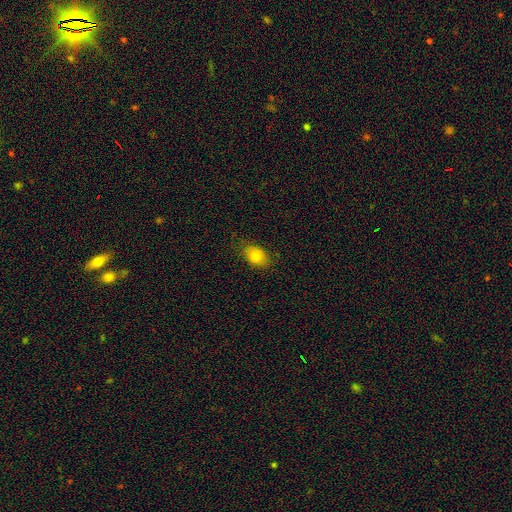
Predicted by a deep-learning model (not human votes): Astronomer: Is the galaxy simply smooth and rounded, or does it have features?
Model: smooth — 83%.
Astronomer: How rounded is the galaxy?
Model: in between — 82%.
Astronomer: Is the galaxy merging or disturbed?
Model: none — 79%.